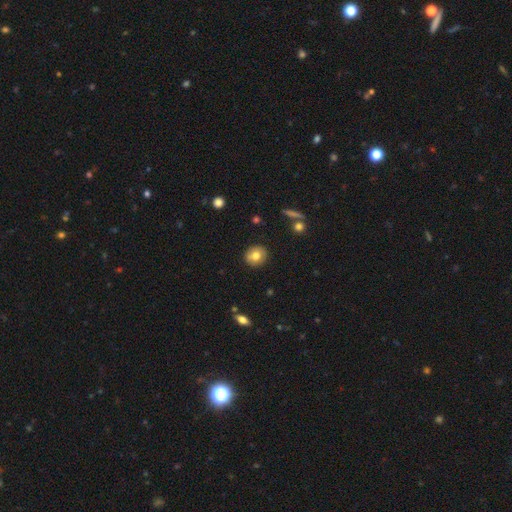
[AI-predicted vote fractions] Q: Smooth or featured?
A: smooth (75%); runner-up: featured or disk (17%)
Q: How rounded?
A: round (84%); runner-up: in between (14%)
Q: Merging?
A: none (90%); runner-up: minor disturbance (7%)